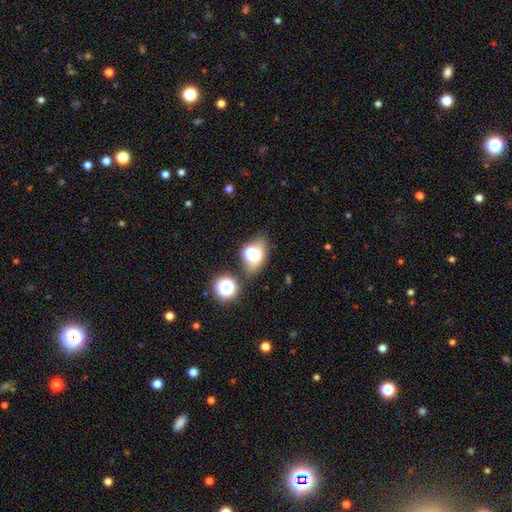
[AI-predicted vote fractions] smooth-or-featured: smooth: 60% | star or artifact: 20% | featured or disk: 19%
  how-rounded: in between: 70% | round: 27% | cigar-shaped: 3%
  merging: none: 59% | merger: 16% | minor disturbance: 16% | major disturbance: 8%